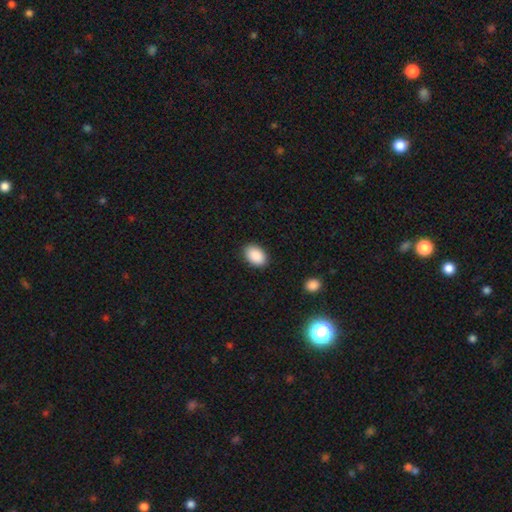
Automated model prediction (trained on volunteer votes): This is clearly a smooth galaxy (90%). How rounded: clearly in between (88%). Merging: clearly none (89%).